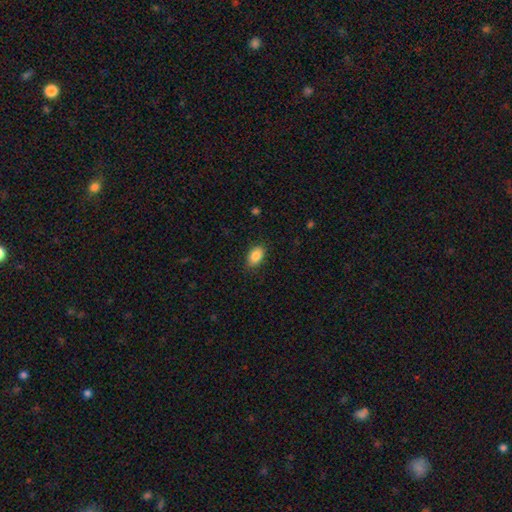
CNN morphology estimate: Smooth or featured? Predicted: smooth (p=0.87). How rounded? Predicted: in between (p=0.89). Merging? Predicted: none (p=0.87).